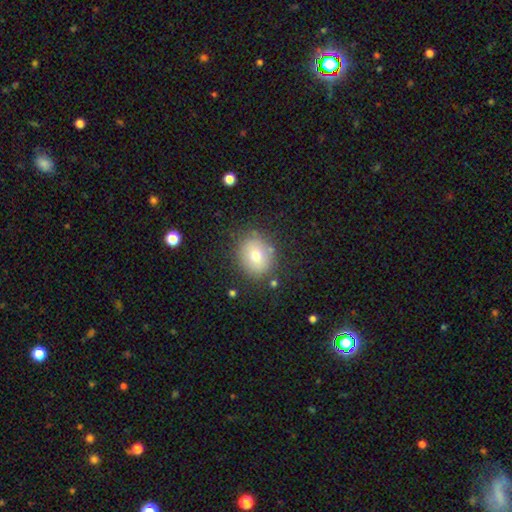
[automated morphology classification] Q: Smooth or featured?
A: smooth (71%); runner-up: featured or disk (18%)
Q: How rounded?
A: round (65%); runner-up: in between (34%)
Q: Merging?
A: none (80%); runner-up: minor disturbance (13%)